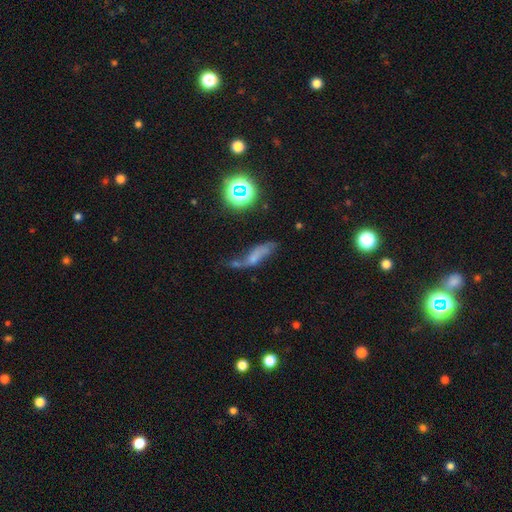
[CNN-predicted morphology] Smooth or featured: smooth — 41% (featured or disk — 40%)
Merging: none — 35% (minor disturbance — 25%)